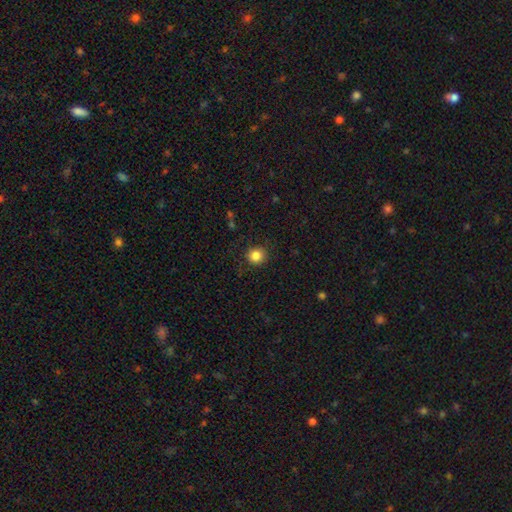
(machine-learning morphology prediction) Smooth or featured: smooth — 84% (star or artifact — 11%)
How rounded: round — 90% (in between — 9%)
Merging: none — 89% (minor disturbance — 8%)